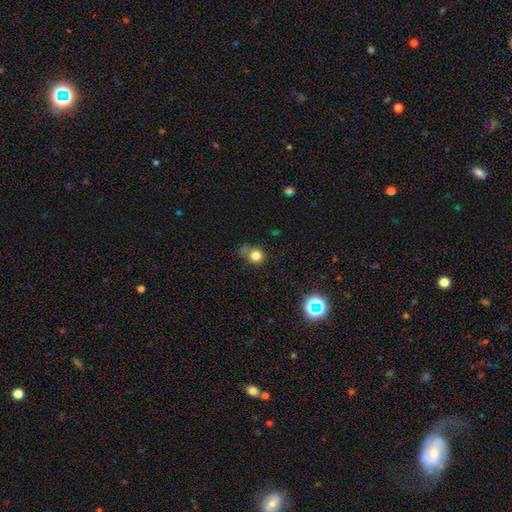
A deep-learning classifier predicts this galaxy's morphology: This is likely a smooth galaxy (77%). How rounded: likely round (73%). Merging: marginally none (44%).